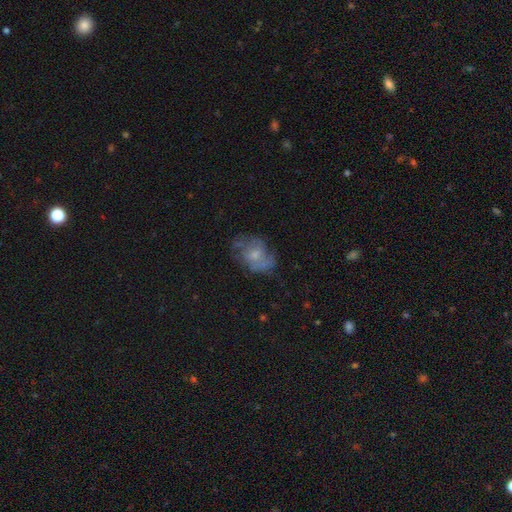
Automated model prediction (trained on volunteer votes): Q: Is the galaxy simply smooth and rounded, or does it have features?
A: featured or disk — 55%.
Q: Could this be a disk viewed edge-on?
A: no — 97%.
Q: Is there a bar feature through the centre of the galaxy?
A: no — 71%.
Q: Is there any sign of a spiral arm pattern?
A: yes — 65%.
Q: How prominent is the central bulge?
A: small — 50%.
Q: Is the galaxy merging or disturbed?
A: none — 54%.